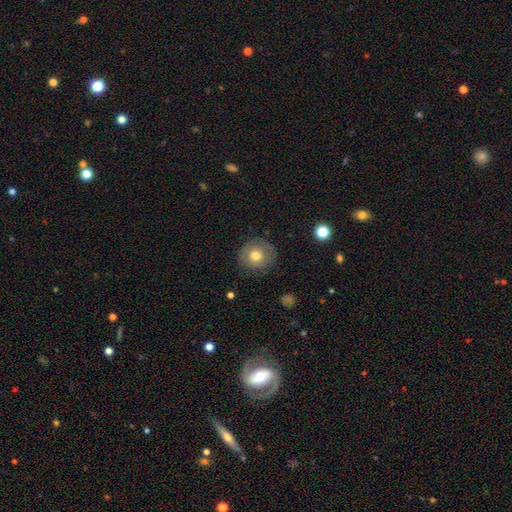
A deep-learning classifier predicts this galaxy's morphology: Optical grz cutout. It shows a smooth galaxy with no disk features (67%) that is round (91%). Merging: none (83%).